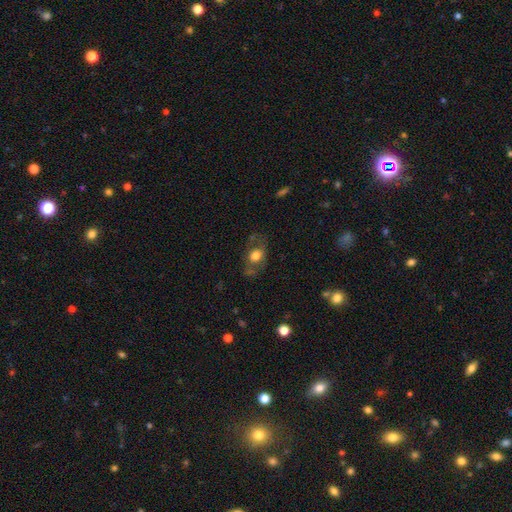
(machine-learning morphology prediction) smooth-or-featured: smooth: 59% | featured or disk: 32% | star or artifact: 9%
  how-rounded: in between: 64% | round: 33% | cigar-shaped: 2%
  merging: none: 61% | minor disturbance: 21% | major disturbance: 15% | merger: 3%